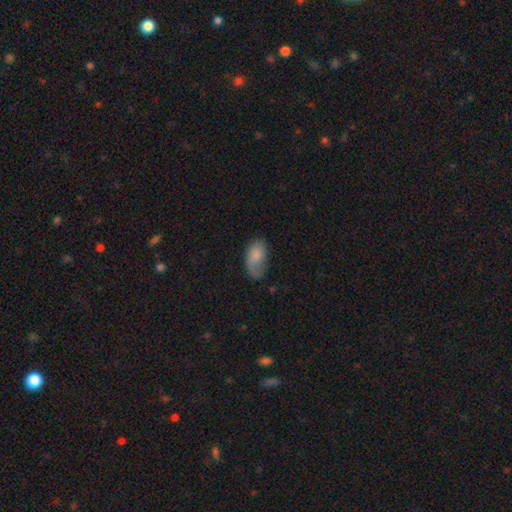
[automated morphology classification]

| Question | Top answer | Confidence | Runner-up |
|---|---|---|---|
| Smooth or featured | smooth | 75% | featured or disk (18%) |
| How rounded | in between | 93% | round (4%) |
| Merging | none | 49% | minor disturbance (32%) |